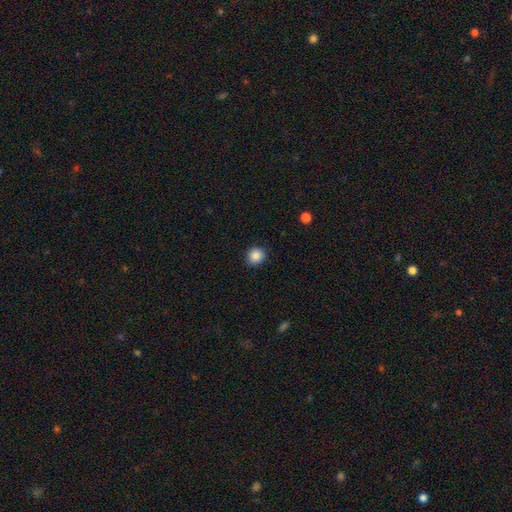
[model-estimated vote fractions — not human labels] Q: Smooth or featured?
A: smooth (87%); runner-up: star or artifact (10%)
Q: How rounded?
A: round (85%); runner-up: in between (14%)
Q: Merging?
A: none (89%); runner-up: minor disturbance (8%)